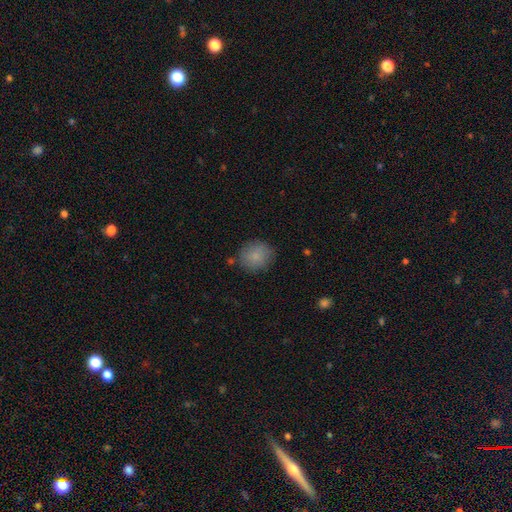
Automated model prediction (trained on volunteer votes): Smooth or featured: smooth — 84% (featured or disk — 8%)
How rounded: round — 77% (in between — 22%)
Merging: none — 80% (minor disturbance — 14%)